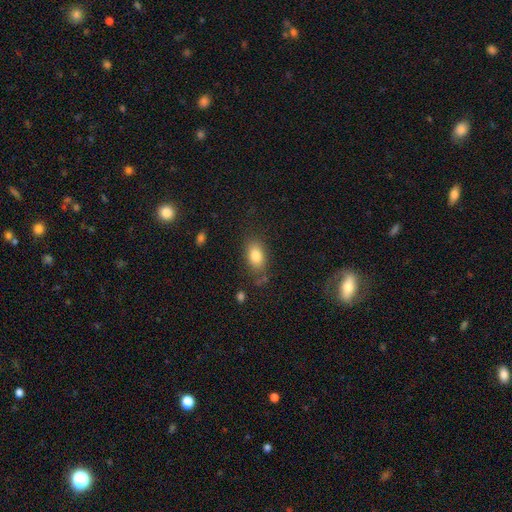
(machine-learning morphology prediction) Smooth or featured?
  - smooth: 81% *
  - featured or disk: 10%
  - star or artifact: 9%
How rounded?
  - in between: 85% *
  - round: 13%
  - cigar-shaped: 2%
Merging?
  - none: 76% *
  - minor disturbance: 15%
  - major disturbance: 5%
  - merger: 3%